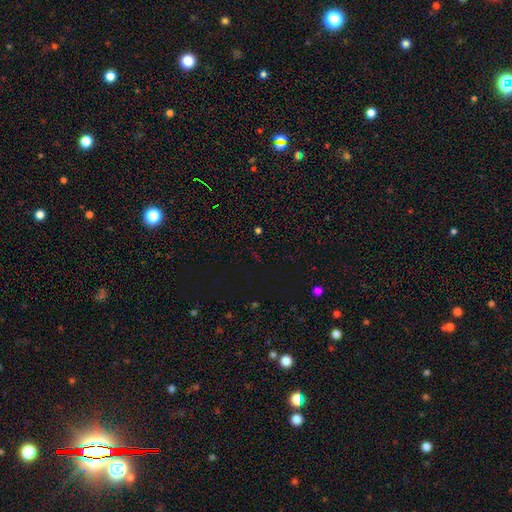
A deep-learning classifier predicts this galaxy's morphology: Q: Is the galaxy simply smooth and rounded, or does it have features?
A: star or artifact — 67%.